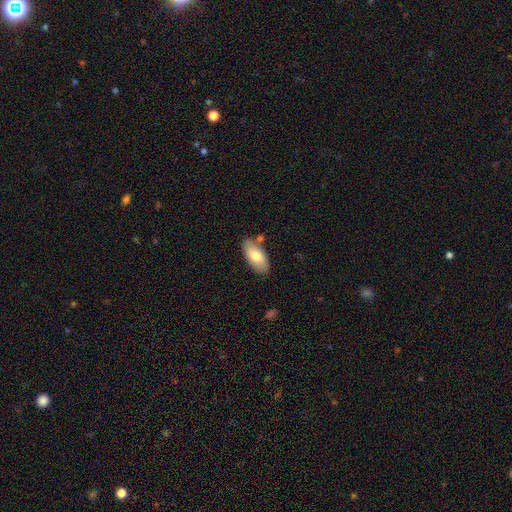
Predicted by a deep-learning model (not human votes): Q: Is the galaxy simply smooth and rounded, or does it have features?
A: smooth — 76%.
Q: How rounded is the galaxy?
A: in between — 93%.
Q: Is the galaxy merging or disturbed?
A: none — 77%.